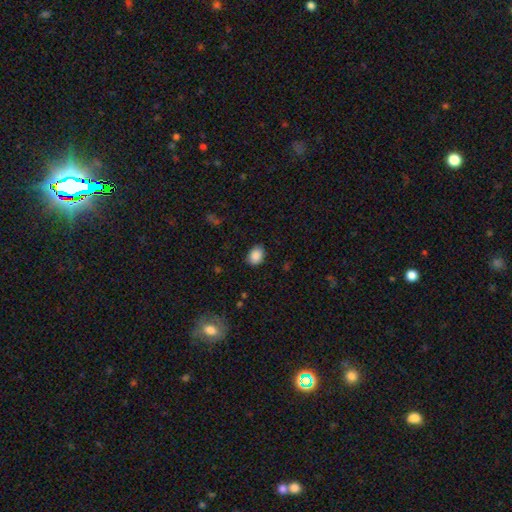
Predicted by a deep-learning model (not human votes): A smooth galaxy with no disk features (88%) that is in between round and cigar-shaped (69%).

Vote fractions:
- Smooth or featured? smooth: 88% / star or artifact: 8% / featured or disk: 4%
- How rounded? in between: 69% / round: 30% / cigar-shaped: 1%
- Merging? none: 83% / minor disturbance: 13% / major disturbance: 3% / merger: 1%